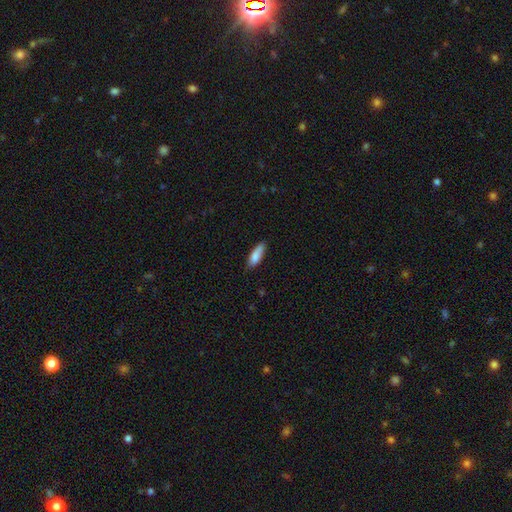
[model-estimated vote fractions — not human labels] Smooth or featured: smooth — 84% (featured or disk — 9%)
How rounded: in between — 53% (cigar-shaped — 45%)
Merging: none — 70% (minor disturbance — 24%)